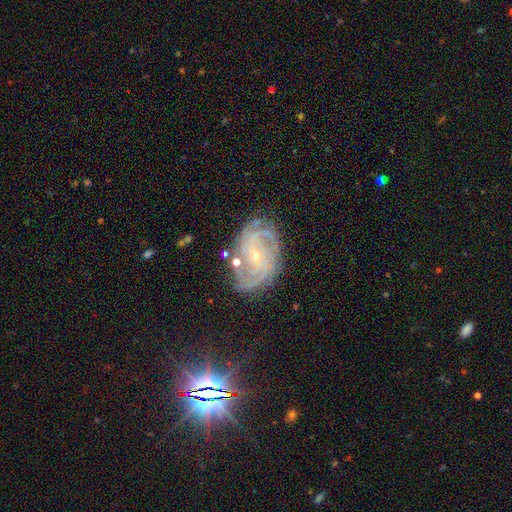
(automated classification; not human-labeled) Morphology: type=featured or disk (85%); edge-on=no (97%); bar=no (57%); spiral arms=yes (96%); winding=tight (59%); arm count=2 (24%, tied with can't tell); bulge=small (81%); merging=none (73%).